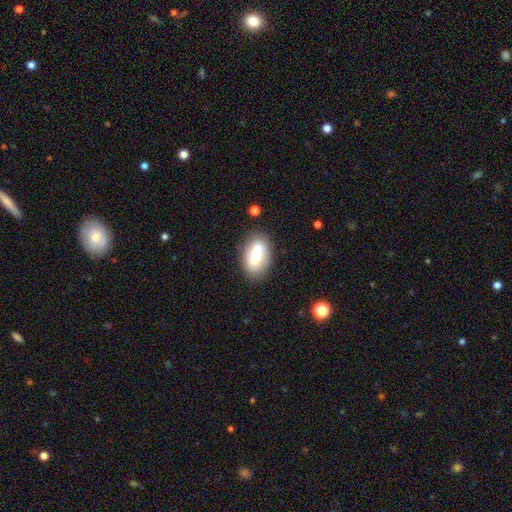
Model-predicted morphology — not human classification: Q: Smooth or featured?
A: smooth (64%); runner-up: featured or disk (29%)
Q: How rounded?
A: in between (90%); runner-up: round (7%)
Q: Merging?
A: none (71%); runner-up: minor disturbance (15%)